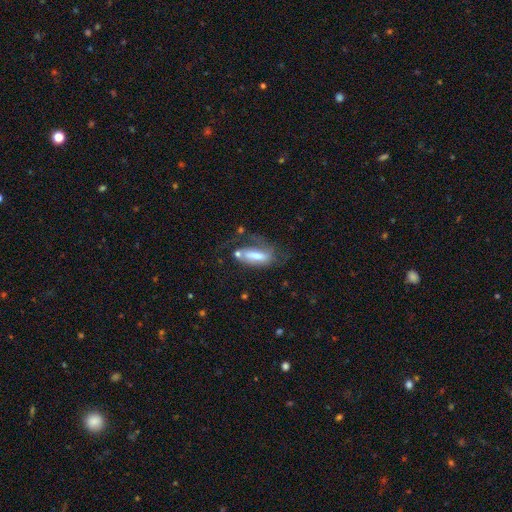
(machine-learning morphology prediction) Smooth or featured?
  - smooth: 48% *
  - featured or disk: 45%
  - star or artifact: 8%
Merging?
  - none: 35% *
  - major disturbance: 31%
  - minor disturbance: 23%
  - merger: 11%